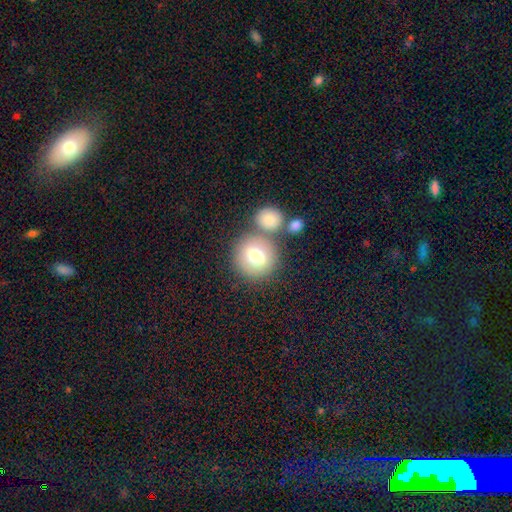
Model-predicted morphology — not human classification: smooth 73%, featured or disk 18%, star or artifact 9%. Down the decision tree: how rounded — round (88%); merging — none (67%).